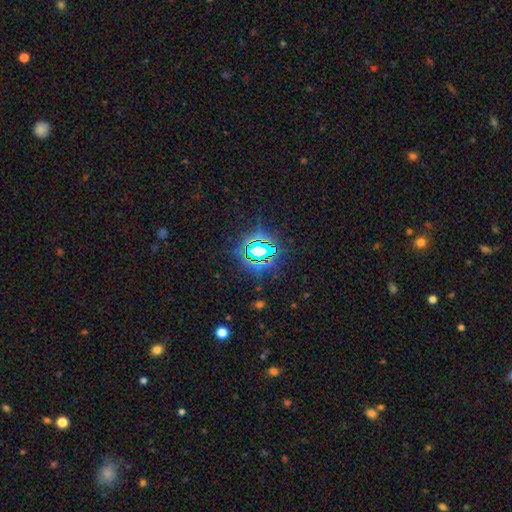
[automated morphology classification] Smooth or featured?
  - star or artifact: 77% *
  - smooth: 14%
  - featured or disk: 9%